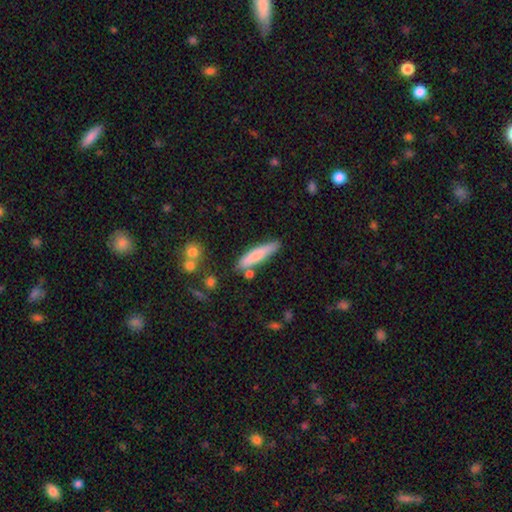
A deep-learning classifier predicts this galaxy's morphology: smooth-or-featured: smooth: 75% | featured or disk: 19% | star or artifact: 6%
  how-rounded: cigar-shaped: 83% | in between: 16% | round: 2%
  merging: none: 76% | minor disturbance: 15% | merger: 7% | major disturbance: 3%